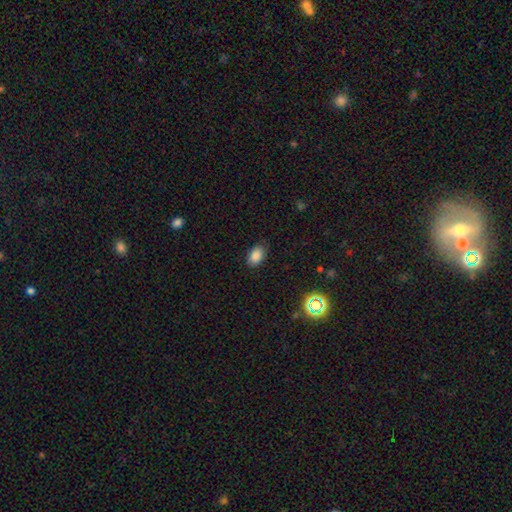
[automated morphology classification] smooth_or_featured: smooth (p=0.85) [alt: star or artifact p=0.10]
how_rounded: in between (p=0.88) [alt: round p=0.10]
merging: none (p=0.85) [alt: minor disturbance p=0.12]